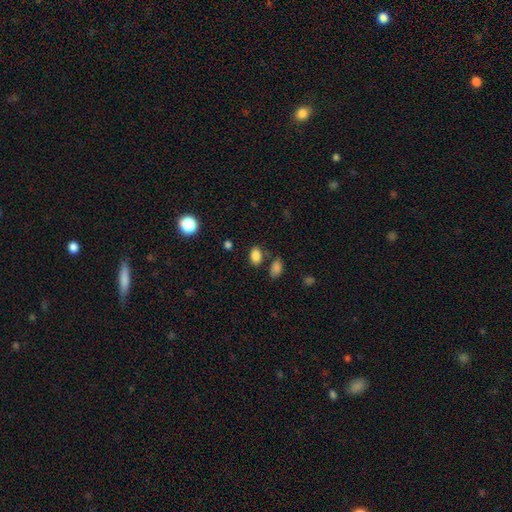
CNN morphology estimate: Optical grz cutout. It shows a smooth galaxy with no disk features (84%) that is in between round and cigar-shaped (83%). Merging: none (70%).